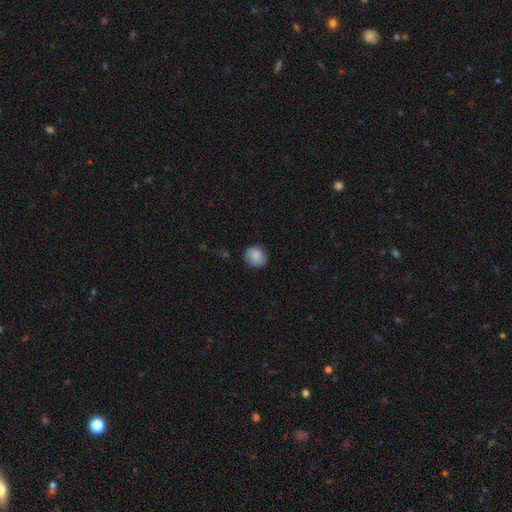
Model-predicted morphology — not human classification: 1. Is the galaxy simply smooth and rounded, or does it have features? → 83% smooth, 9% featured or disk, 8% star or artifact.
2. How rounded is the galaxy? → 71% round, 28% in between, 1% cigar-shaped.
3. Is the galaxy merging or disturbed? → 78% none, 17% minor disturbance, 4% major disturbance, 1% merger.